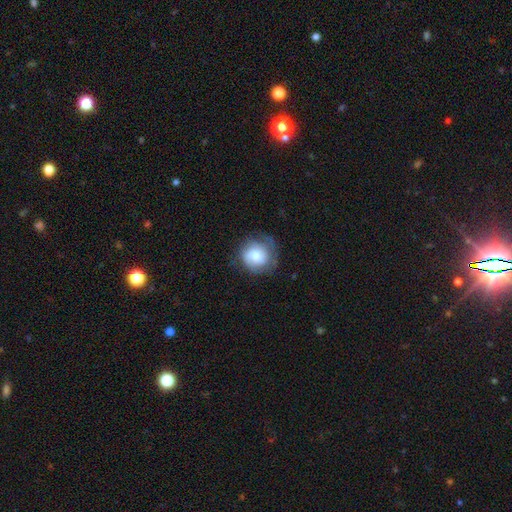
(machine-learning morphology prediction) type=smooth (60%); roundness=round (86%); merging=none (62%).